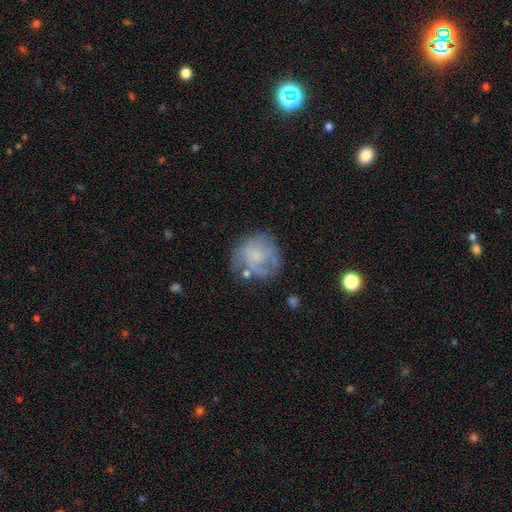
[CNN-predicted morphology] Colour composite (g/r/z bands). It shows a featured or disk galaxy (55%) with no bar (80%), spiral arms (64%) and a small central bulge (53%). Merging: none (53%).